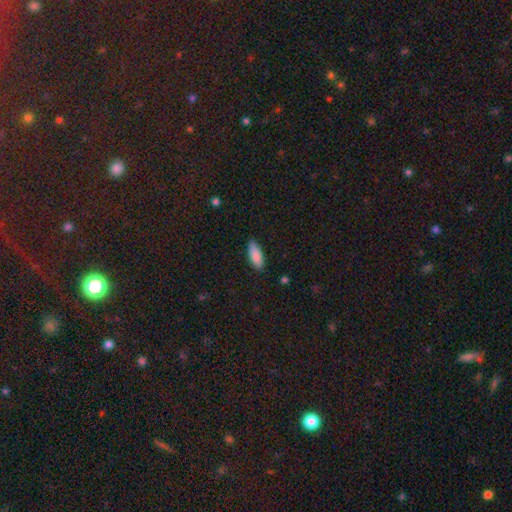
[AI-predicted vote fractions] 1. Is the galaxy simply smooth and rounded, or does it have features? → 89% smooth, 6% star or artifact, 5% featured or disk.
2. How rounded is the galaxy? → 74% in between, 24% cigar-shaped, 2% round.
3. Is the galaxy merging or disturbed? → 85% none, 12% minor disturbance, 2% major disturbance, 1% merger.